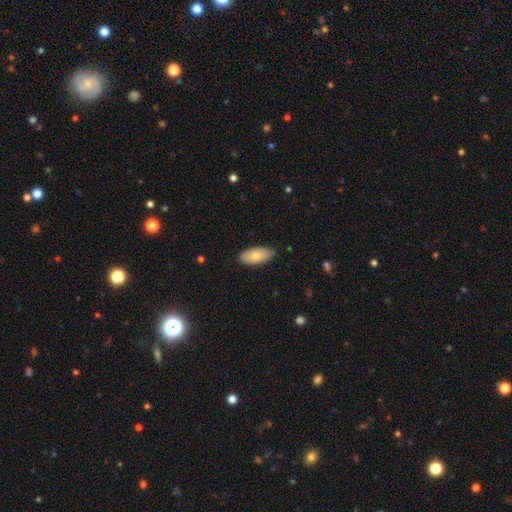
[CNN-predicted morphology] Smooth or featured? smooth (74%)
How rounded? in between (91%)
Merging? none (86%)